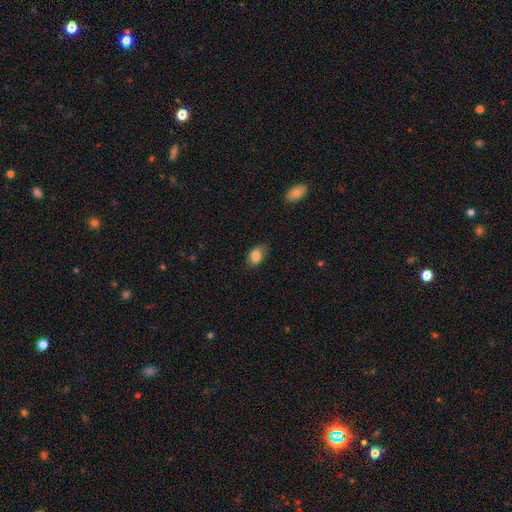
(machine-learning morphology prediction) The model was most divided on "merging": none: 72%, minor disturbance: 21%, major disturbance: 5%, merger: 1%. More confident: how rounded — in between (86%); smooth or featured — smooth (84%).